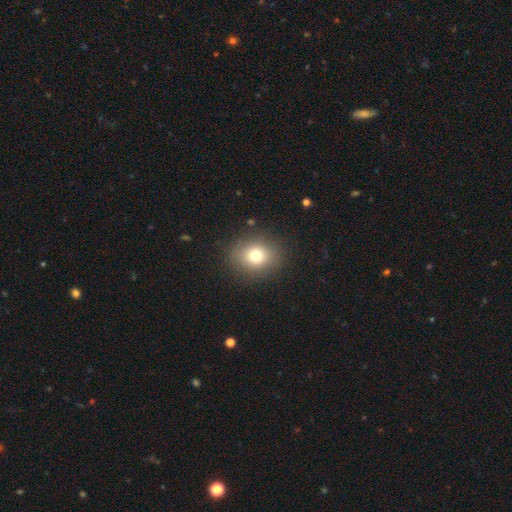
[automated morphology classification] Smooth or featured?
  - smooth: 76% *
  - star or artifact: 13%
  - featured or disk: 11%
How rounded?
  - round: 71% *
  - in between: 28%
  - cigar-shaped: 1%
Merging?
  - none: 88% *
  - minor disturbance: 8%
  - major disturbance: 3%
  - merger: 1%